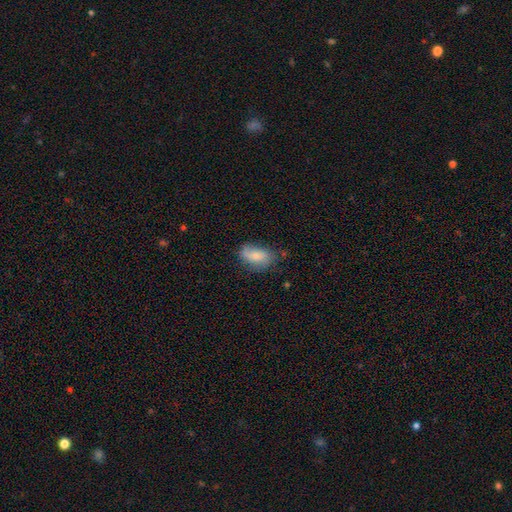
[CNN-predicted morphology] This is likely a smooth galaxy (73%). How rounded: clearly in between (90%). Merging: possibly none (59%).